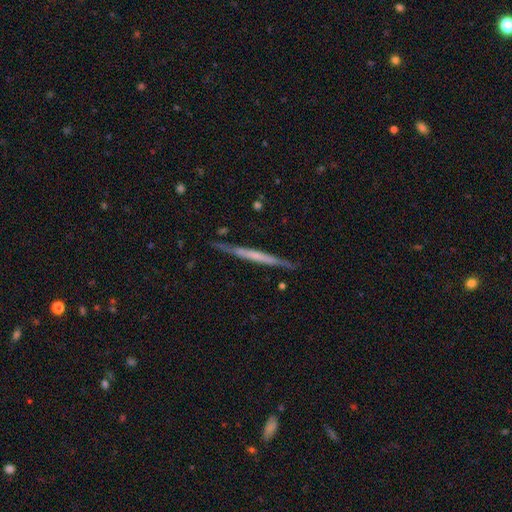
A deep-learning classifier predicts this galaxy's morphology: The model was most divided on "smooth or featured": featured or disk: 60%, smooth: 35%, star or artifact: 6%. More confident: edge-on disk — yes (96%); merging — none (85%); edge-on bulge — none (75%).